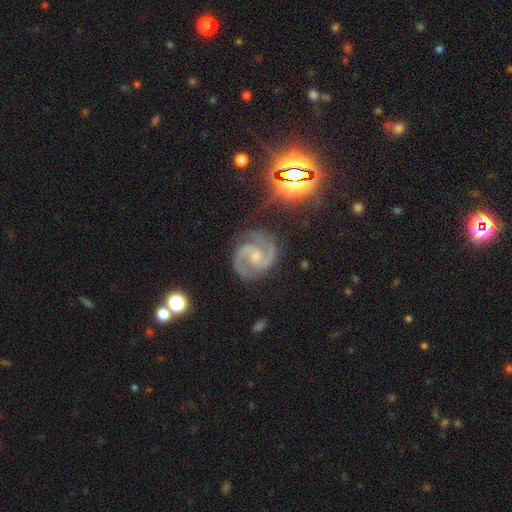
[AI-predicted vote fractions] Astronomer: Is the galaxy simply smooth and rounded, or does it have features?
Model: featured or disk — 89%.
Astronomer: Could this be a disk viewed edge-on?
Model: no — 98%.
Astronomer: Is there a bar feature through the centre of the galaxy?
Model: no — 47% (runner-up: weak, 43%).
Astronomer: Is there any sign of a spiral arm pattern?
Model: yes — 98%.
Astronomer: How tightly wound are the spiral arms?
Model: medium — 59%.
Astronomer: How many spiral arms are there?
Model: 2 — 90%.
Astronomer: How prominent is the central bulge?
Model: small — 52% (runner-up: moderate, 35%).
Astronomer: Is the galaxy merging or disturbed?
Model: none — 77%.